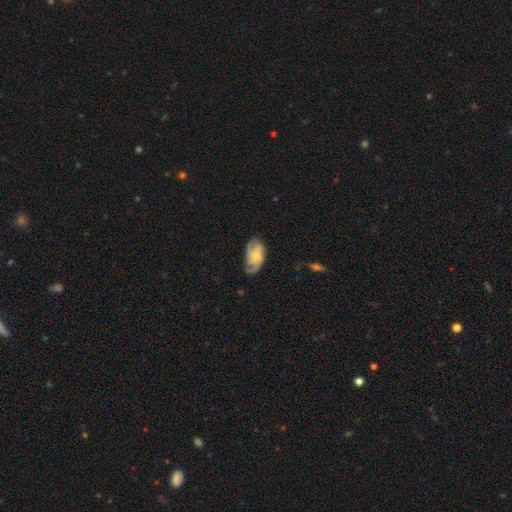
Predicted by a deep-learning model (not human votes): The model was most divided on "bulge size": small: 51%, moderate: 44%, none: 2%, large: 2%, dominant: 1%. Remaining: edge-on disk — no (96%); spiral arms — yes (94%); smooth or featured — featured or disk (75%); bar — no (72%); merging — none (60%); spiral winding — tight (47%); spiral arm count — 2 (37%).